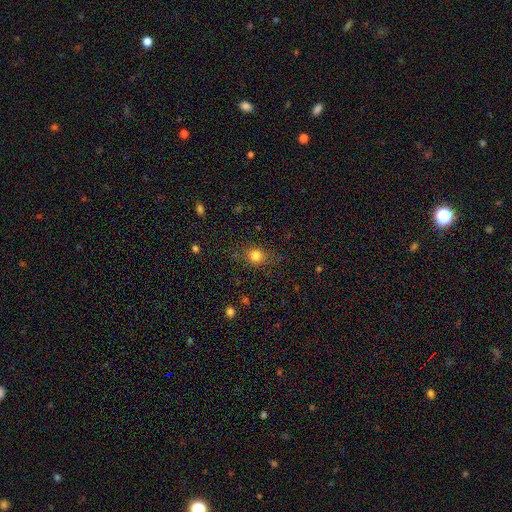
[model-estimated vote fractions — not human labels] Smooth or featured: smooth — 81% (star or artifact — 12%)
How rounded: round — 72% (in between — 26%)
Merging: none — 78% (minor disturbance — 15%)